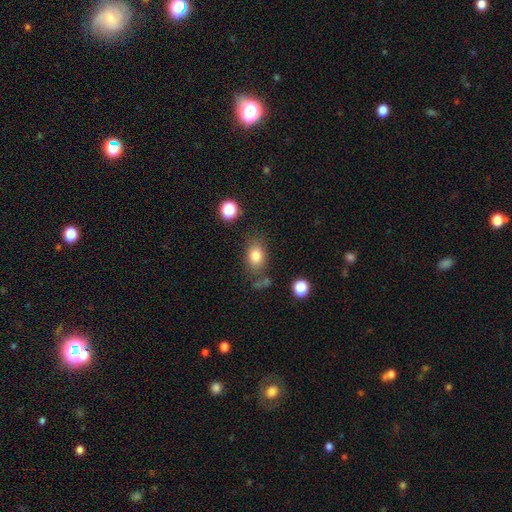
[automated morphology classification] smooth-or-featured: smooth: 81% | star or artifact: 10% | featured or disk: 9%
  how-rounded: in between: 72% | round: 26% | cigar-shaped: 1%
  merging: none: 71% | minor disturbance: 16% | merger: 7% | major disturbance: 6%